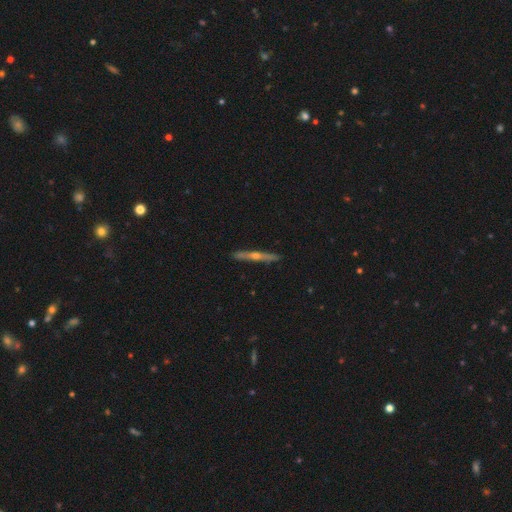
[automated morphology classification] Smooth or featured?
  - featured or disk: 72% *
  - smooth: 22%
  - star or artifact: 7%
Edge-on disk?
  - yes: 96% *
  - no: 4%
Edge-on bulge?
  - rounded: 86% *
  - none: 11%
  - boxy: 3%
Merging?
  - none: 90% *
  - minor disturbance: 7%
  - major disturbance: 1%
  - merger: 1%